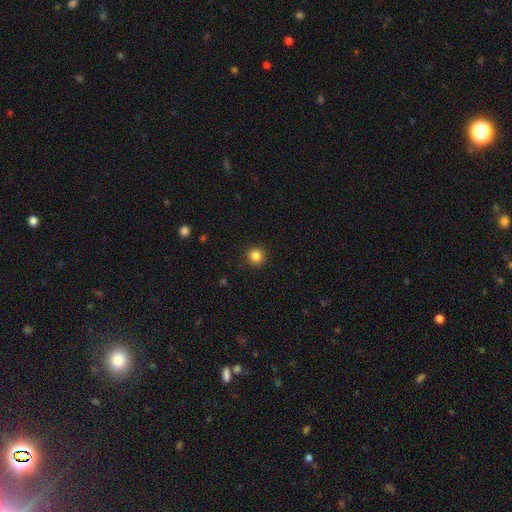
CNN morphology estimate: Q: Smooth or featured?
A: smooth (85%); runner-up: star or artifact (11%)
Q: How rounded?
A: round (94%); runner-up: in between (5%)
Q: Merging?
A: none (92%); runner-up: minor disturbance (5%)